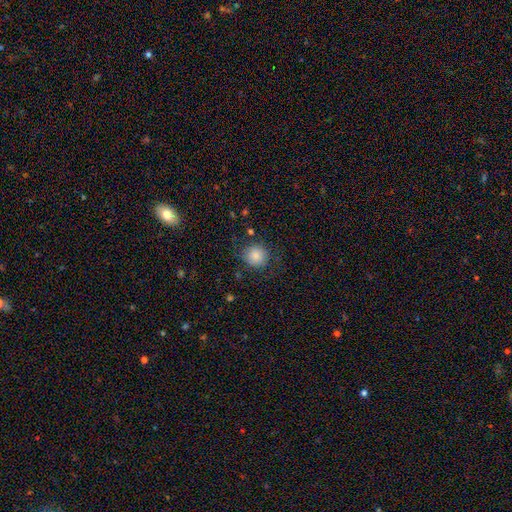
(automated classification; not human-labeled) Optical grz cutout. It shows a smooth galaxy with no disk features (84%) that is round (89%). Merging: none (80%).